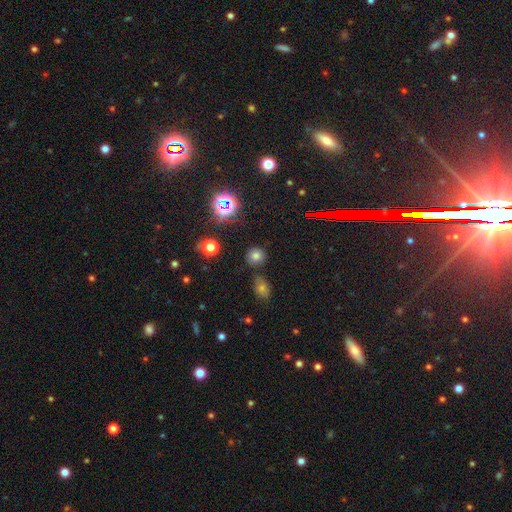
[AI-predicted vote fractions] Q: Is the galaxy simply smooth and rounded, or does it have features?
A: smooth — 70%.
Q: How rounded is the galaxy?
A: round — 87%.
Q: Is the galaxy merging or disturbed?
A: none — 80%.